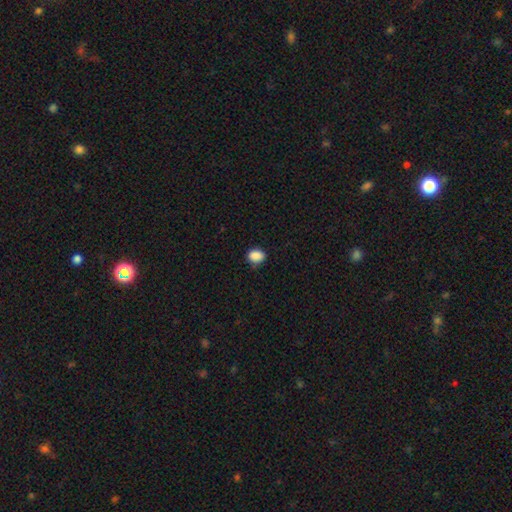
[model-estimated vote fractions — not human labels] smooth-or-featured: smooth: 88% | star or artifact: 9% | featured or disk: 3%
  how-rounded: in between: 60% | round: 38% | cigar-shaped: 1%
  merging: none: 80% | minor disturbance: 16% | major disturbance: 3% | merger: 1%